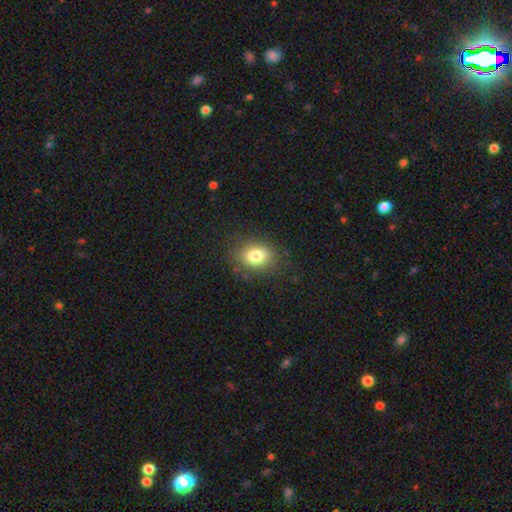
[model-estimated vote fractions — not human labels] Smooth or featured: smooth — 80% (star or artifact — 11%)
How rounded: in between — 63% (round — 36%)
Merging: none — 81% (minor disturbance — 13%)